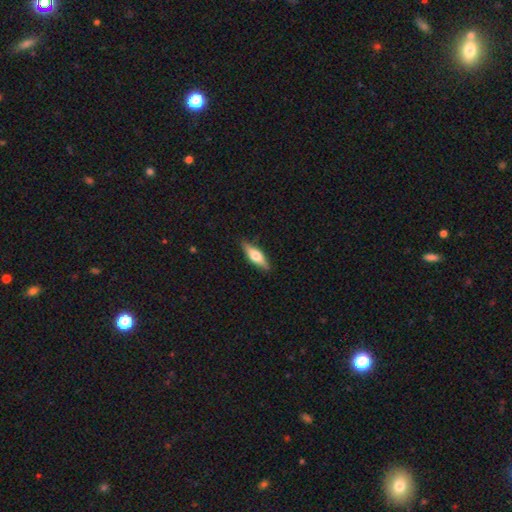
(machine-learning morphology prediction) smooth-or-featured: smooth: 54% | featured or disk: 40% | star or artifact: 6%
  how-rounded: cigar-shaped: 49% (tied) | in between: 49% (tied) | round: 2%
  merging: none: 87% | minor disturbance: 10% | major disturbance: 2% | merger: 1%